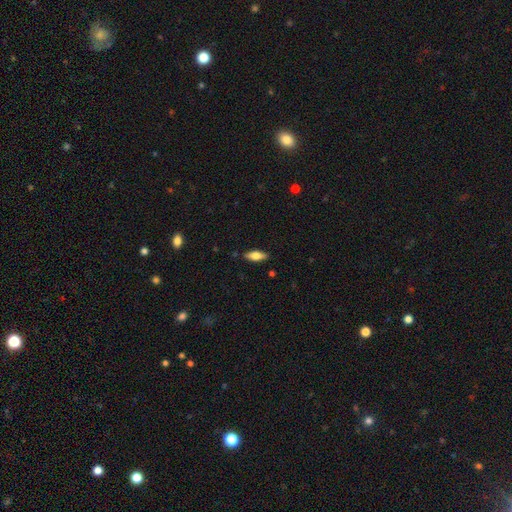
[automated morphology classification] smooth_or_featured: smooth (p=0.69) [alt: featured or disk p=0.24]
how_rounded: in between (p=0.72) [alt: cigar-shaped p=0.26]
merging: none (p=0.87) [alt: minor disturbance p=0.10]